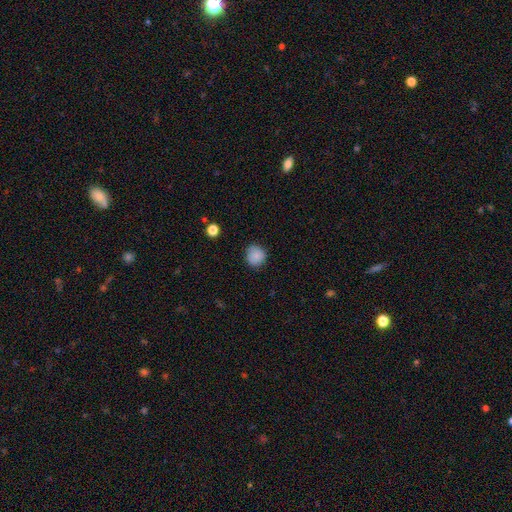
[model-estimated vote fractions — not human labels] A smooth galaxy with no disk features (86%) that is round (88%). Merging: none (84%).